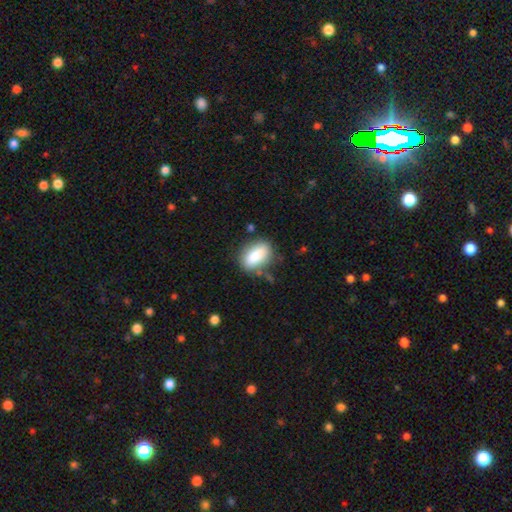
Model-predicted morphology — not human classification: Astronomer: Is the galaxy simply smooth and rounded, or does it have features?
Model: smooth — 83%.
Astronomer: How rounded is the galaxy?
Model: in between — 86%.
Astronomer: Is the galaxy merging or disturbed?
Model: none — 73%.